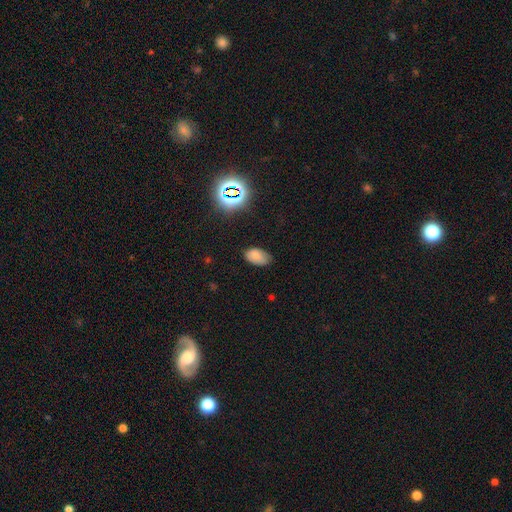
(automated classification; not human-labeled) Smooth or featured? smooth (76%)
How rounded? in between (92%)
Merging? none (69%)